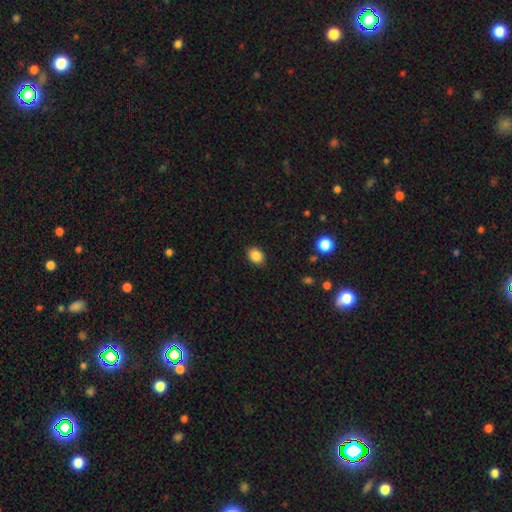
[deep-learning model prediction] Smooth or featured?
  - smooth: 86% *
  - star or artifact: 10%
  - featured or disk: 4%
How rounded?
  - in between: 62% *
  - round: 37%
  - cigar-shaped: 1%
Merging?
  - none: 89% *
  - minor disturbance: 8%
  - major disturbance: 2%
  - merger: 1%